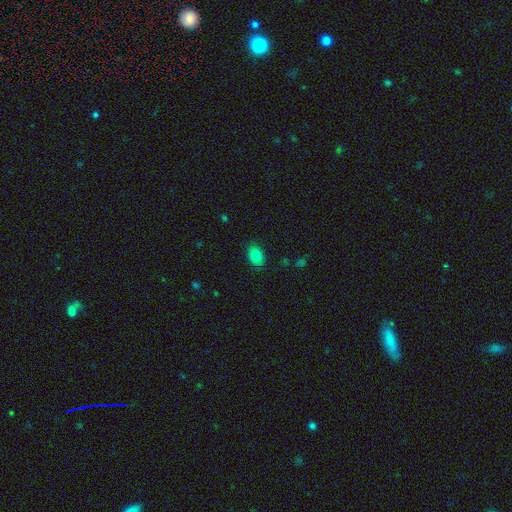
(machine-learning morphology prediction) smooth 84%, star or artifact 10%, featured or disk 7%. Down the decision tree: how rounded — in between (81%); merging — none (84%).